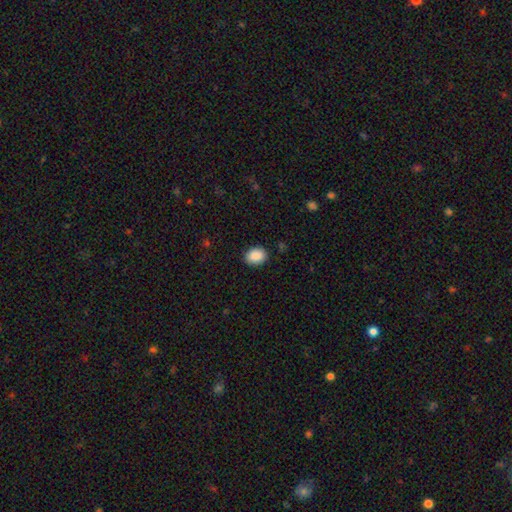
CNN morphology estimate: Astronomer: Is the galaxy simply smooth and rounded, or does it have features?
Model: smooth — 89%.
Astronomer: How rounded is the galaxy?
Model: in between — 64%.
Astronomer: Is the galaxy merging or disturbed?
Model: none — 87%.